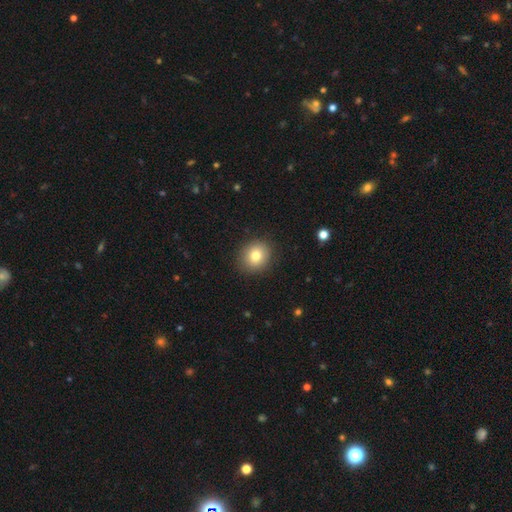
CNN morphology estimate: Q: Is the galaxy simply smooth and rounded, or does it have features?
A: smooth — 79%.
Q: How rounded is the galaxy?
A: round — 79%.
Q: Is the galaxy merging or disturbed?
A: none — 90%.